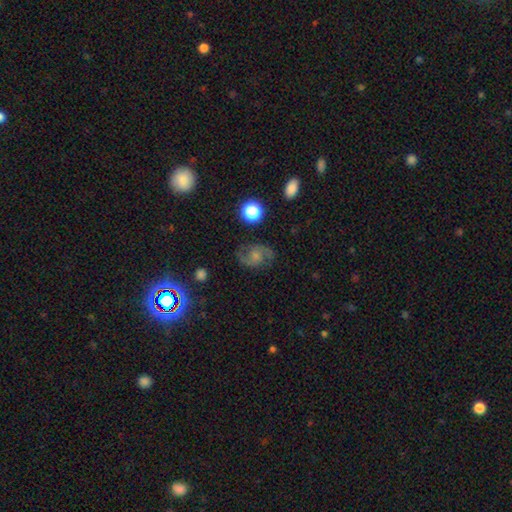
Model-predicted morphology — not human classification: featured or disk 75%, smooth 15%, star or artifact 10%. Down the decision tree: edge-on disk — no (98%); bar — no (62%); spiral arms — yes (95%); spiral arm count — 2 (92%); spiral winding — medium (51%); bulge size — small (50%); merging — none (76%).